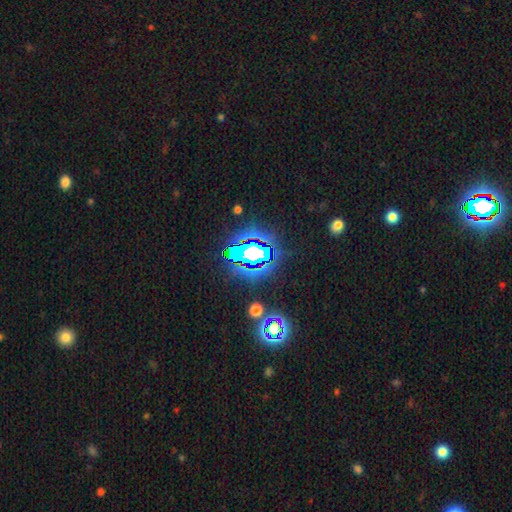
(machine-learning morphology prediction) Smooth or featured: star or artifact — 80% (smooth — 12%)